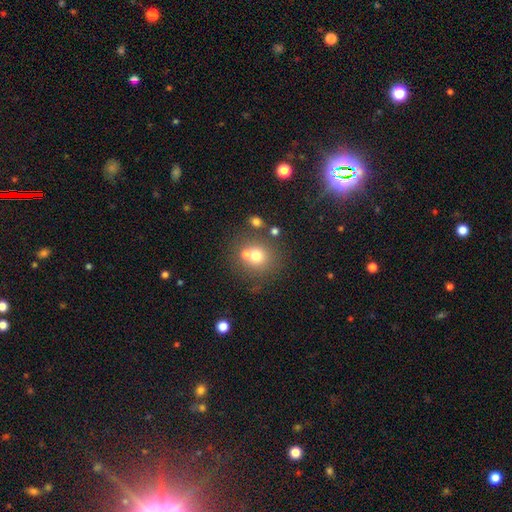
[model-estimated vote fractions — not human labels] Smooth or featured? Predicted: smooth (p=0.68). How rounded? Predicted: round (p=0.88). Merging? Predicted: none (p=0.56).